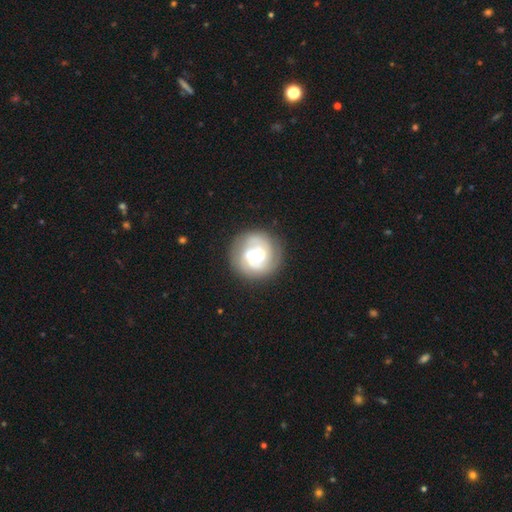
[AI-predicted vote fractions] Overall: featured or disk (82%). Edge-on disk: no (98%). Bar: weak (44%; no 42%). Spiral arms: yes (94%). Spiral arm count: 2 (57%). Spiral winding: tight (60%; medium 32%). Bulge size: moderate (58%; small 35%). Merging: none (84%).